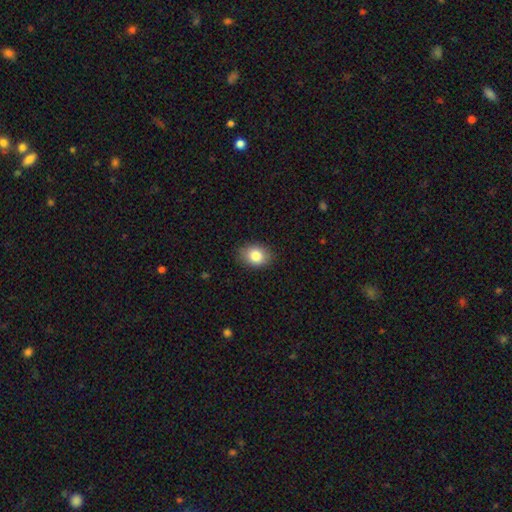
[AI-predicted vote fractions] Morphology: type=smooth (84%); roundness=in between (67%); merging=none (85%).